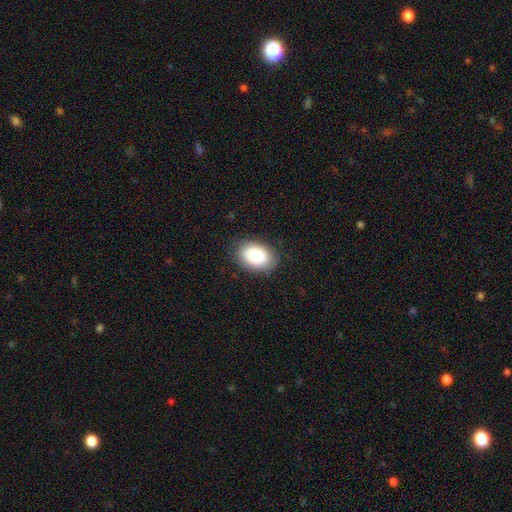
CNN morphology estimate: This is clearly a smooth galaxy (83%). How rounded: clearly in between (84%). Merging: clearly none (85%).